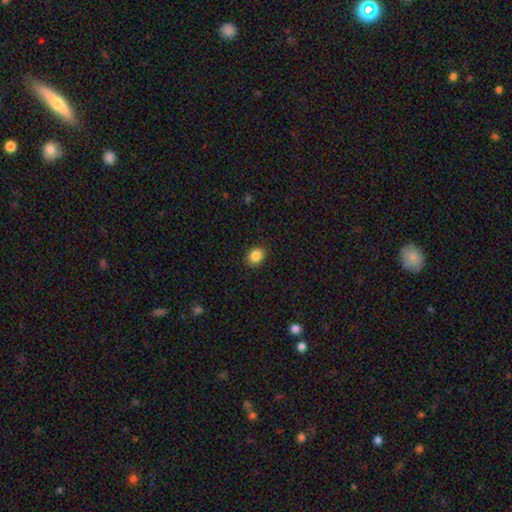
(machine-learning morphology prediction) This is clearly a smooth galaxy (86%). How rounded: possibly round (52%). Merging: clearly none (88%).